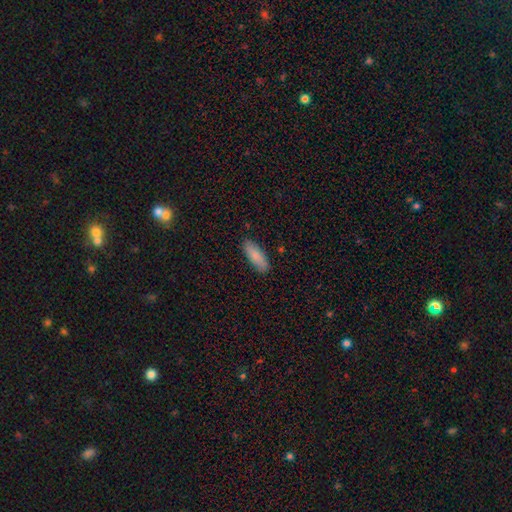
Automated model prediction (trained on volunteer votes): Overall: smooth (86%). How rounded: in between (62%; cigar-shaped 37%). Merging: none (88%).